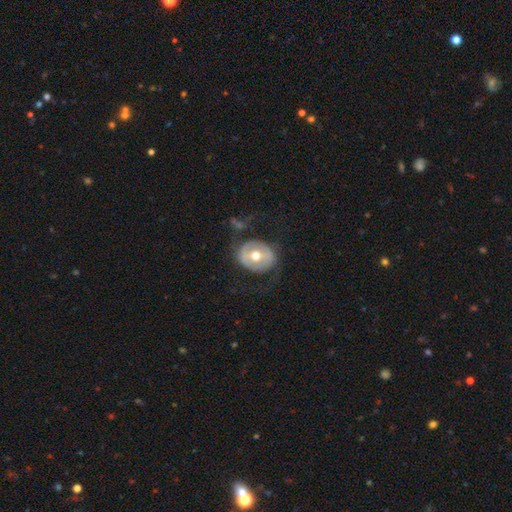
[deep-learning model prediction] Smooth or featured? featured or disk (59%)
Edge-on disk? no (94%)
Bar? no (39%)
Spiral arms? no (70%)
Bulge size? moderate (79%)
Merging? none (62%)